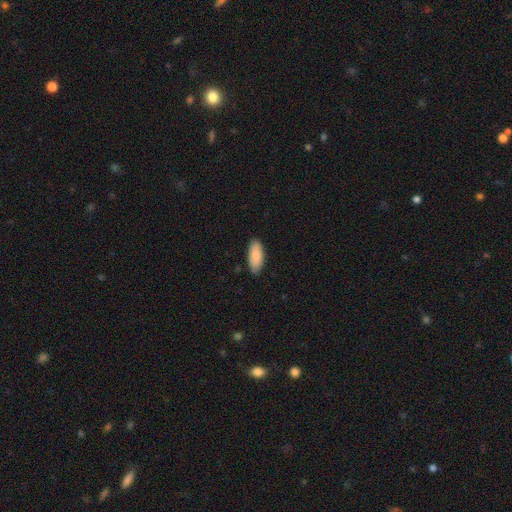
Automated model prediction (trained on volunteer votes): smooth_or_featured: smooth (p=0.85) [alt: featured or disk p=0.10]
how_rounded: in between (p=0.85) [alt: cigar-shaped p=0.13]
merging: none (p=0.86) [alt: minor disturbance p=0.11]